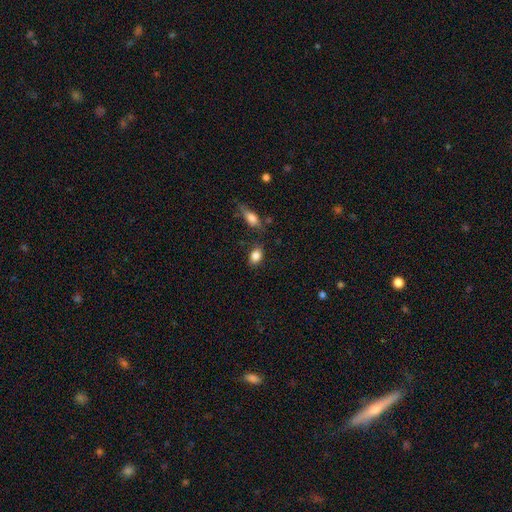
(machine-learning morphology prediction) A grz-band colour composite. It shows a smooth galaxy with no disk features (86%) that is in between round and cigar-shaped (75%). Merging: none (77%).